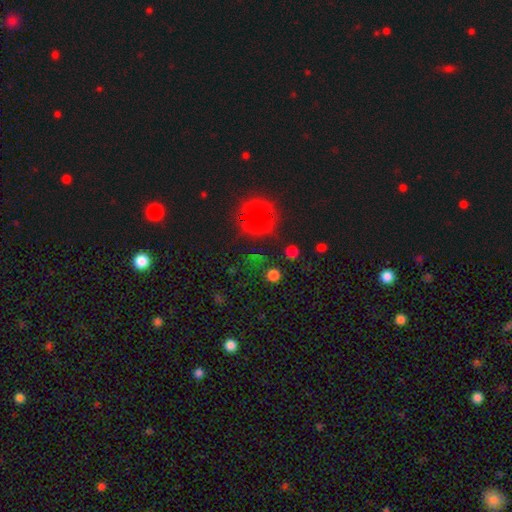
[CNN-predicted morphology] The model was most divided on "smooth or featured": star or artifact: 48%, smooth: 42%, featured or disk: 11%.